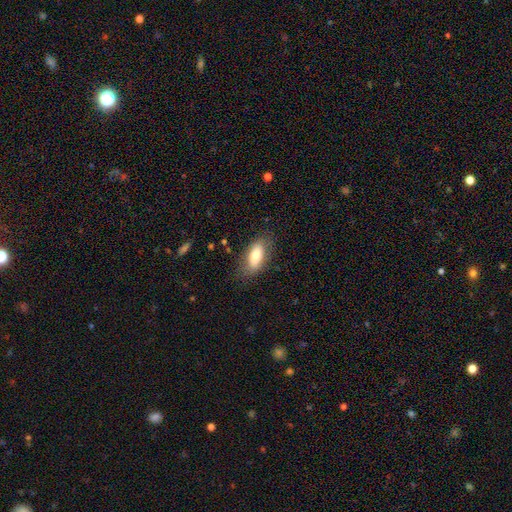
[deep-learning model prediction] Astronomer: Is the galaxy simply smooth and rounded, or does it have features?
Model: smooth — 72%.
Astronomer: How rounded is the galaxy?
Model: in between — 86%.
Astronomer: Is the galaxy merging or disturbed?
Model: none — 78%.